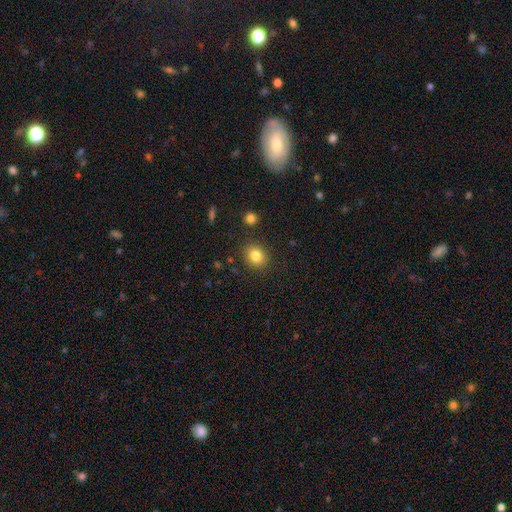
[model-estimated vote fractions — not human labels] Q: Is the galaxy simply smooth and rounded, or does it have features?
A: smooth — 83%.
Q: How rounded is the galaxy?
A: round — 66%.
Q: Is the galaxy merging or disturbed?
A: none — 86%.